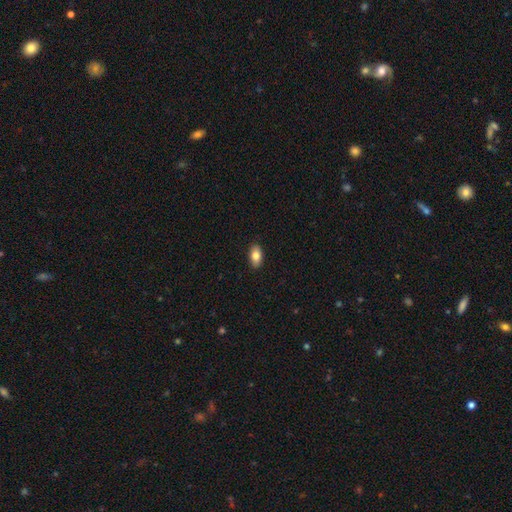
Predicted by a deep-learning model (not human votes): Smooth or featured?
  - smooth: 82% *
  - featured or disk: 10%
  - star or artifact: 7%
How rounded?
  - in between: 92% *
  - round: 5%
  - cigar-shaped: 3%
Merging?
  - none: 90% *
  - minor disturbance: 8%
  - major disturbance: 2%
  - merger: 1%